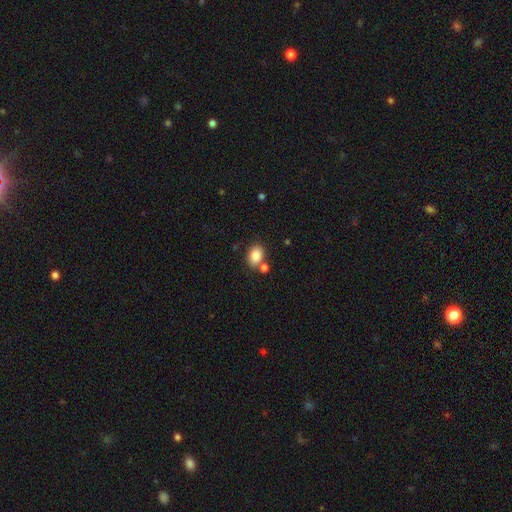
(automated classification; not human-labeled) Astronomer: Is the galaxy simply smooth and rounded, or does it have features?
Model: smooth — 85%.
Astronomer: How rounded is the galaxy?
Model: in between — 71%.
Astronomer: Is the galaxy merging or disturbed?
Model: none — 67%.